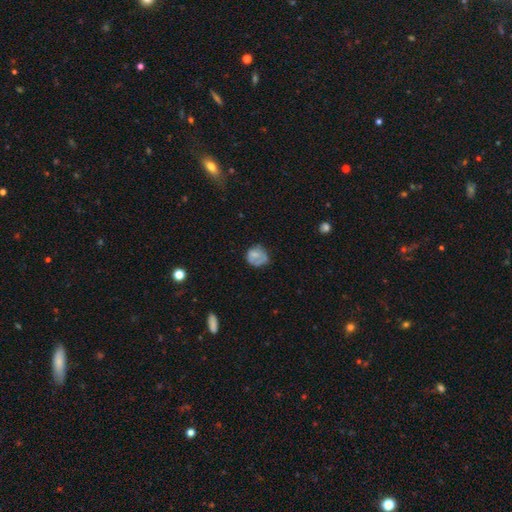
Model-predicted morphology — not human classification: Smooth or featured? Predicted: smooth (p=0.64). How rounded? Predicted: round (p=0.71). Merging? Predicted: none (p=0.49).